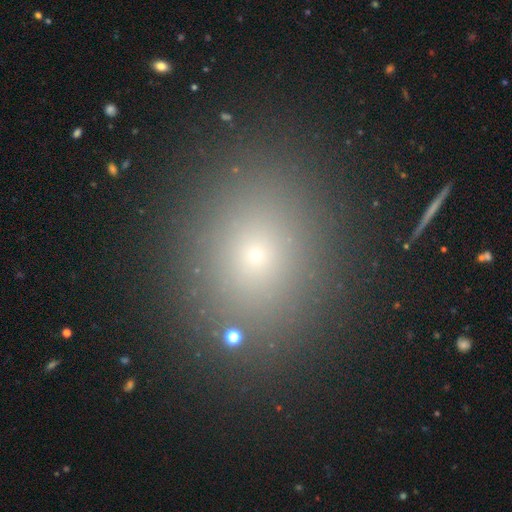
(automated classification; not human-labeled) smooth 64%, star or artifact 27%, featured or disk 9%. Down the decision tree: how rounded — round (59%); merging — none (87%).